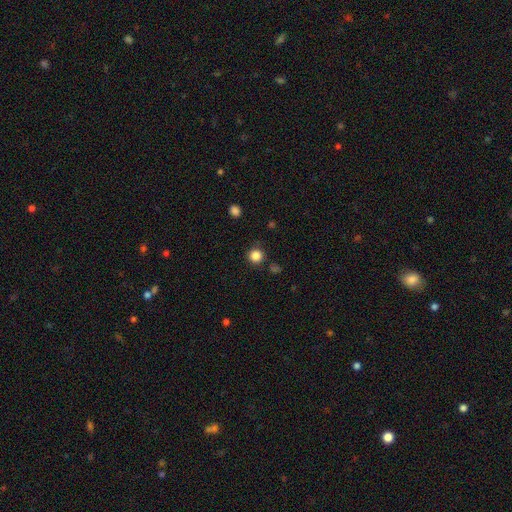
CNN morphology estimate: smooth 85%, star or artifact 12%, featured or disk 3%. Down the decision tree: how rounded — round (94%); merging — none (86%).